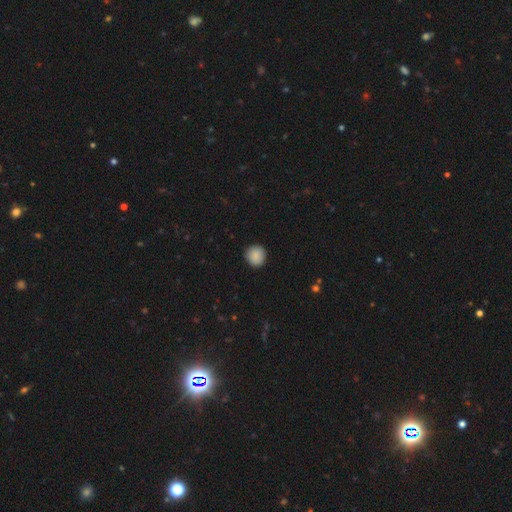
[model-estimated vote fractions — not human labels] Smooth or featured? Predicted: smooth (p=0.89). How rounded? Predicted: round (p=0.92). Merging? Predicted: none (p=0.91).